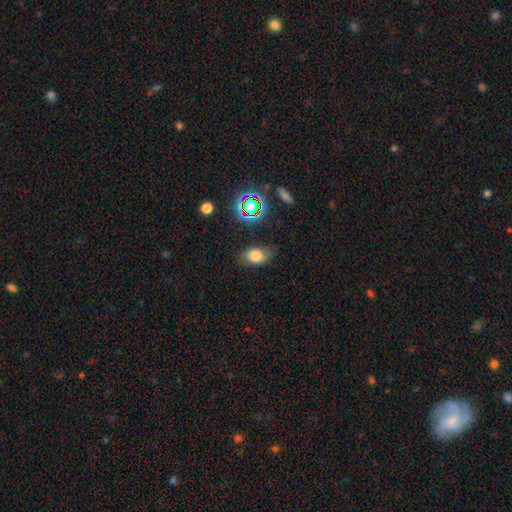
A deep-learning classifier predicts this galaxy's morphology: Overall: smooth (73%). How rounded: in between (84%). Merging: none (73%).